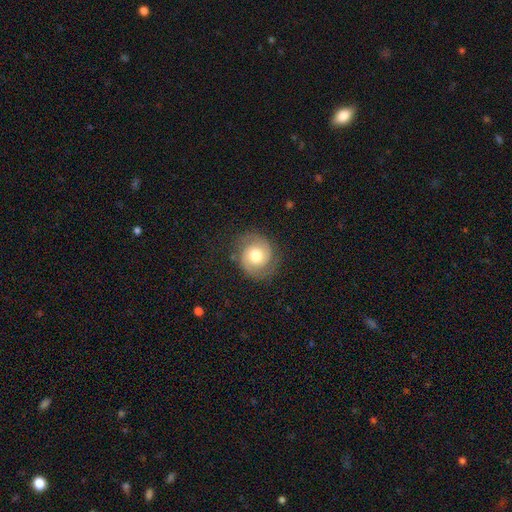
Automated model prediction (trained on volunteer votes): This is likely a featured or disk galaxy (65%). It is clearly not viewed edge-on (98%). Bar: likely no (70%). Spiral arm pattern: clearly yes (90%). Spiral arm count: clearly 2 (88%). Spiral winding: marginally medium (43%). Central bulge: likely moderate (72%). Merging: likely none (78%).